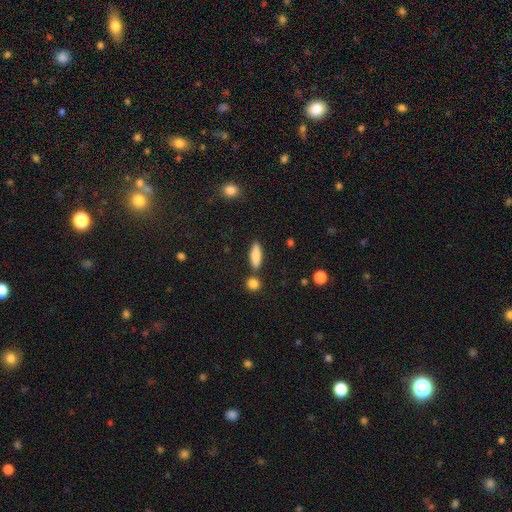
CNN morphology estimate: Overall: smooth (80%). How rounded: cigar-shaped (52%; in between 45%). Merging: none (80%).